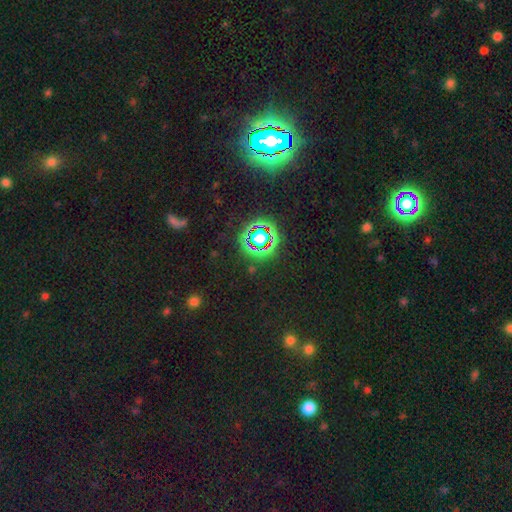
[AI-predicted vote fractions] Morphology: type=star or artifact (75%).